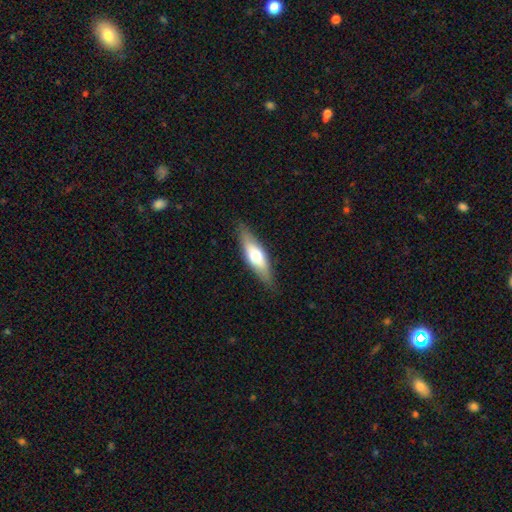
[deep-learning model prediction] Smooth or featured? Predicted: smooth (p=0.51). How rounded? Predicted: cigar-shaped (p=0.50). Merging? Predicted: none (p=0.85).